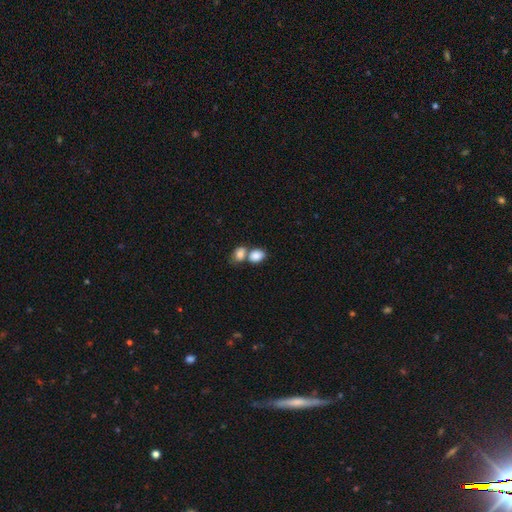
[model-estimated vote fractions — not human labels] This appears to be a smooth galaxy with no disk features (84%) that is in between round and cigar-shaped (68%). Merging: merger (57%).